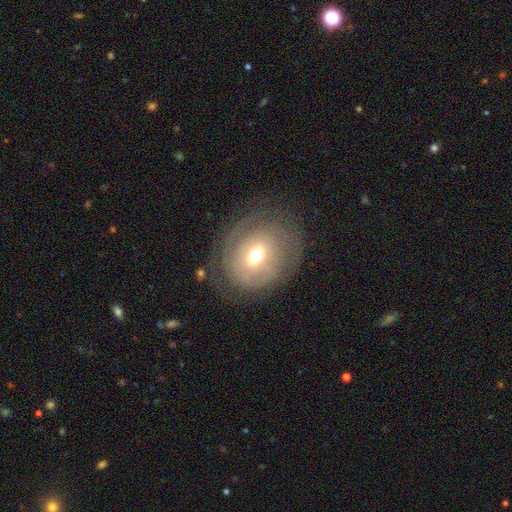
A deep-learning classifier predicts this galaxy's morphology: A featured or disk galaxy (53%) with no bar (48%), spiral arms (51%) and a moderate central bulge (67%). Merging: none (64%).